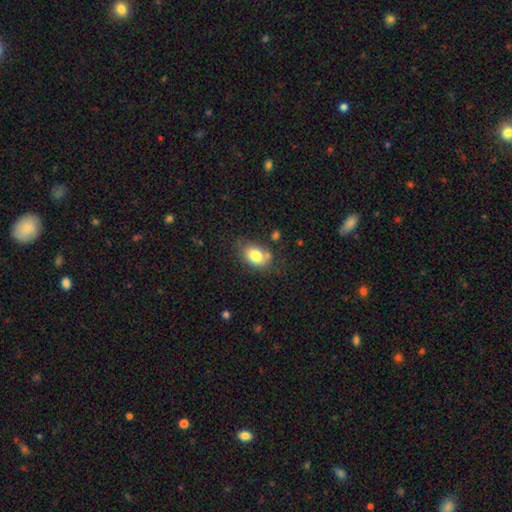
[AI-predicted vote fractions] This appears to be a smooth galaxy with no disk features (80%) that is in between round and cigar-shaped (81%). Merging: none (66%).